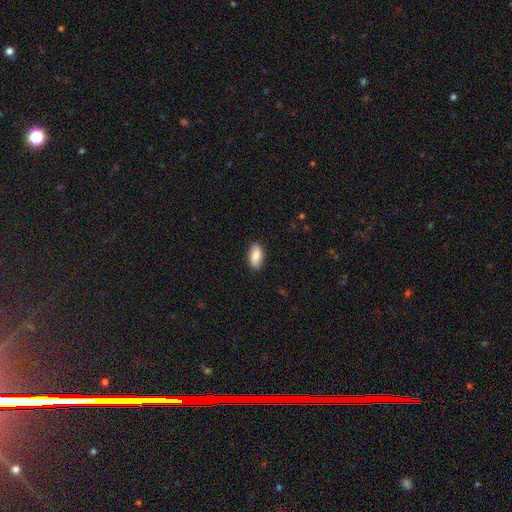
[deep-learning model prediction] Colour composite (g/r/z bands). It shows a smooth galaxy with no disk features (85%) that is in between round and cigar-shaped (92%). Merging: none (87%).